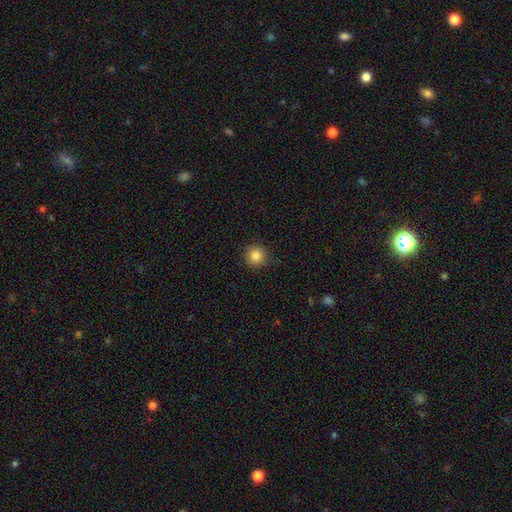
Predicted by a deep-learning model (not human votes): Morphology: type=smooth (84%); roundness=round (94%); merging=none (88%).